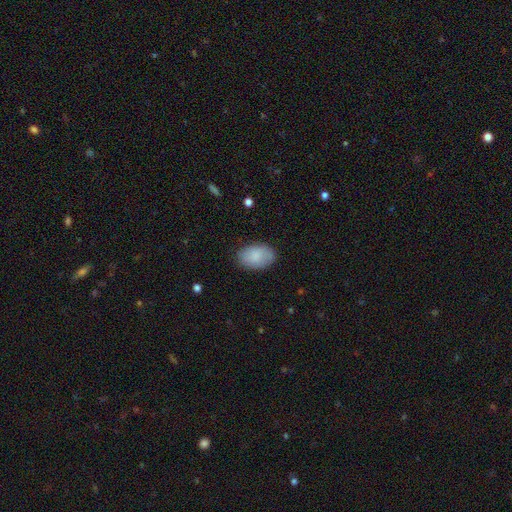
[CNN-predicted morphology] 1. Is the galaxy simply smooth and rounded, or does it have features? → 84% smooth, 10% featured or disk, 6% star or artifact.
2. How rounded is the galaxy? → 91% in between, 8% round, 1% cigar-shaped.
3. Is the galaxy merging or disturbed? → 81% none, 14% minor disturbance, 3% major disturbance, 1% merger.